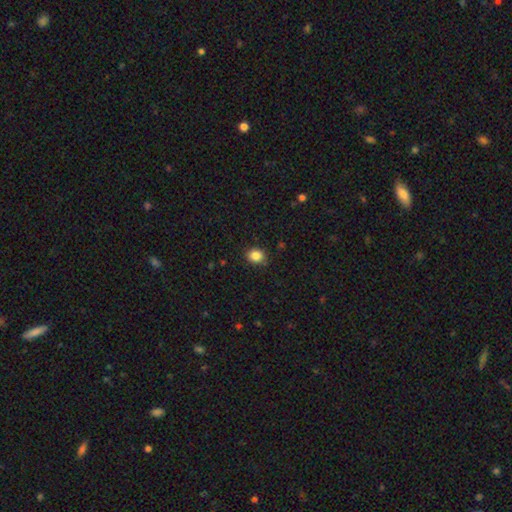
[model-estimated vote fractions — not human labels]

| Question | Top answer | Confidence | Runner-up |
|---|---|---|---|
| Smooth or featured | smooth | 86% | star or artifact (10%) |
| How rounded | round | 66% | in between (33%) |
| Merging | none | 86% | minor disturbance (11%) |